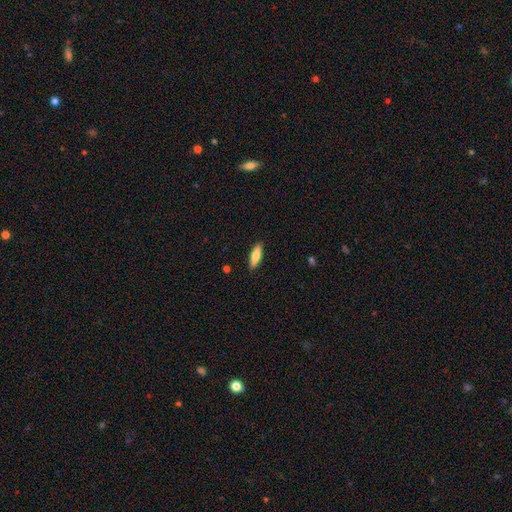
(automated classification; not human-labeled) Q: Smooth or featured?
A: smooth (76%); runner-up: featured or disk (18%)
Q: How rounded?
A: cigar-shaped (54%); runner-up: in between (44%)
Q: Merging?
A: none (89%); runner-up: minor disturbance (8%)